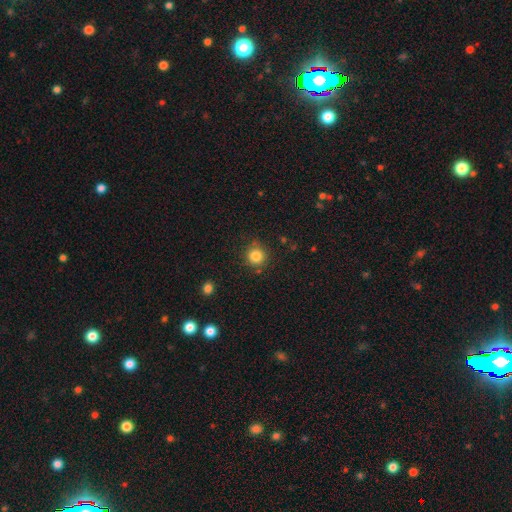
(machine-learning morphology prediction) Smooth or featured: smooth — 84% (star or artifact — 11%)
How rounded: round — 93% (in between — 6%)
Merging: none — 84% (minor disturbance — 10%)